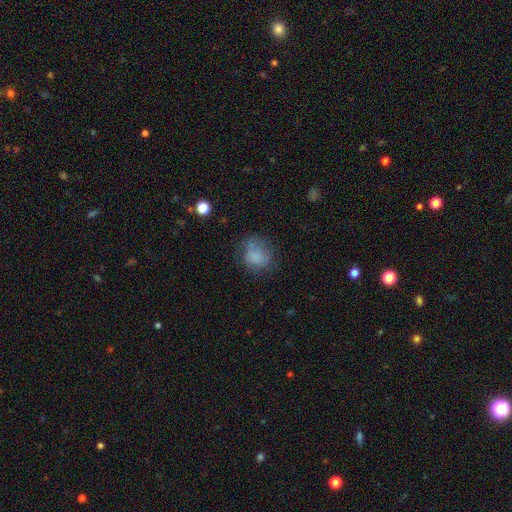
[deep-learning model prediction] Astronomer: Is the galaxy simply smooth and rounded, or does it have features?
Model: smooth — 70%.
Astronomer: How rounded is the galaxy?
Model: round — 72%.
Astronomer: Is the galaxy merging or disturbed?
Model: none — 56%.